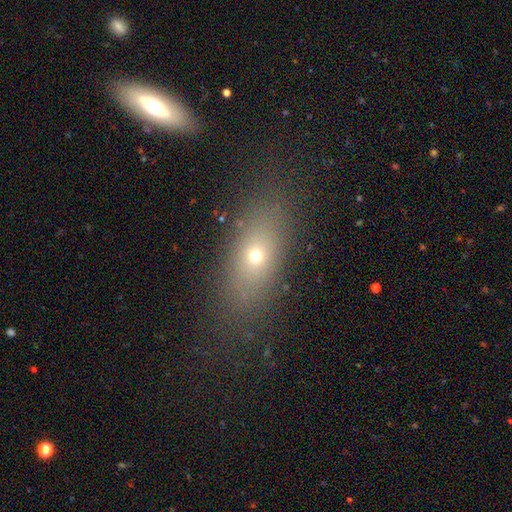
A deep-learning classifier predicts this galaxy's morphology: A smooth galaxy with no disk features (63%) that is in between round and cigar-shaped (72%). Merging: none (79%).